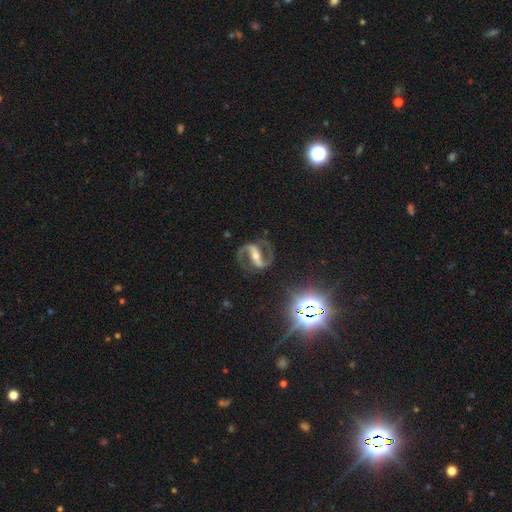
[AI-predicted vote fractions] featured or disk 89%, star or artifact 7%, smooth 4%. Down the decision tree: edge-on disk — no (96%); bar — strong (71%); spiral arms — yes (97%); spiral arm count — 2 (94%); spiral winding — medium (60%); bulge size — moderate (51%); merging — none (82%).